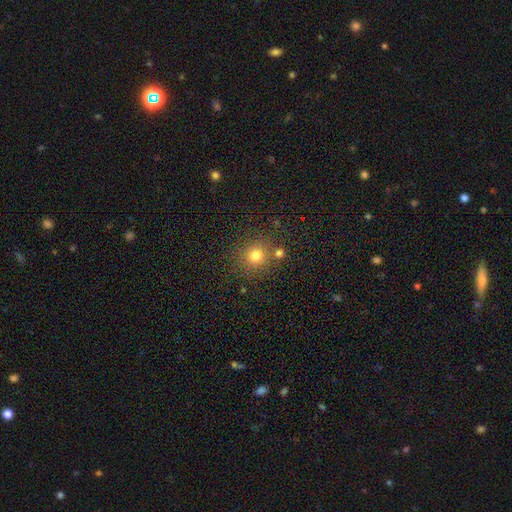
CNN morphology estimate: The model was most divided on "smooth or featured": smooth: 77%, star or artifact: 17%, featured or disk: 7%. More confident: how rounded — round (92%); merging — none (78%).